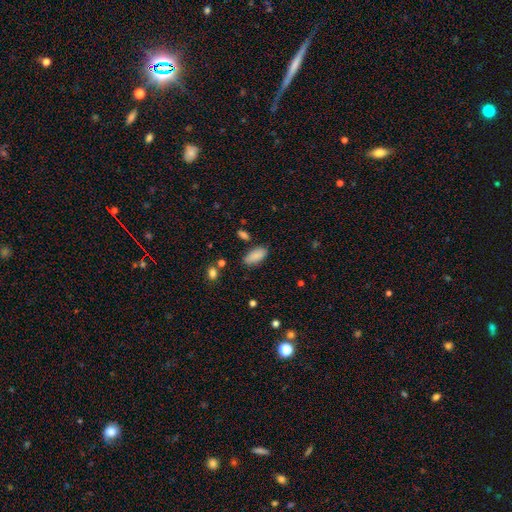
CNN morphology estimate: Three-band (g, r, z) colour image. It shows a smooth galaxy with no disk features (88%) that is in between round and cigar-shaped (90%). Merging: none (81%).